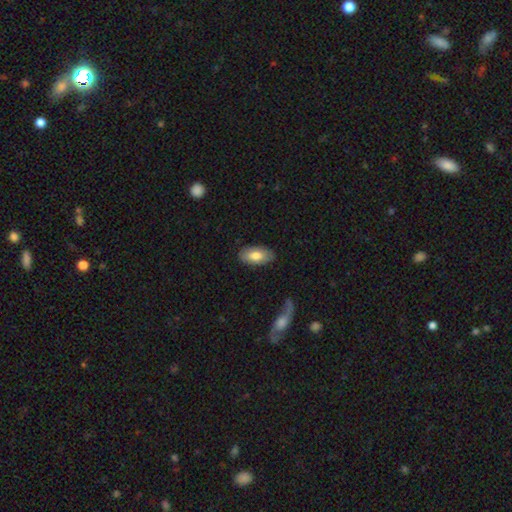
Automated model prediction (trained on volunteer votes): Smooth or featured? smooth (76%)
How rounded? in between (94%)
Merging? none (84%)